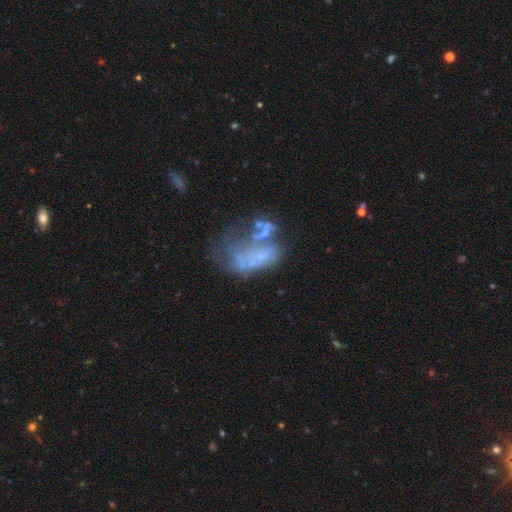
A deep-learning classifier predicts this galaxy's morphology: This is possibly a featured or disk galaxy (58%). It is clearly not viewed edge-on (97%). Bar: clearly no (91%). Spiral arm pattern: clearly no (92%). Central bulge: likely none (76%). Merging: marginally major disturbance (37%).